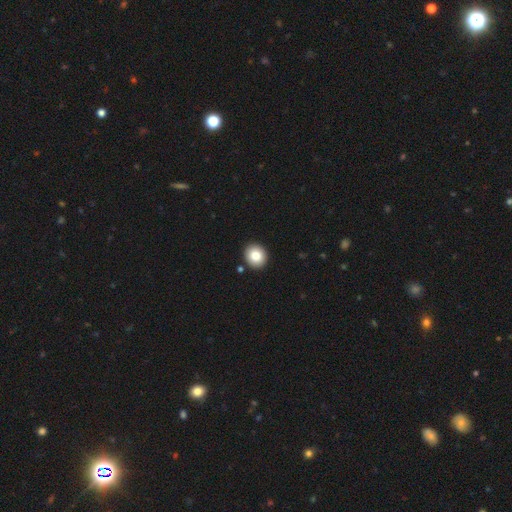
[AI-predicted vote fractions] Morphology: type=smooth (83%); roundness=round (85%); merging=none (91%).